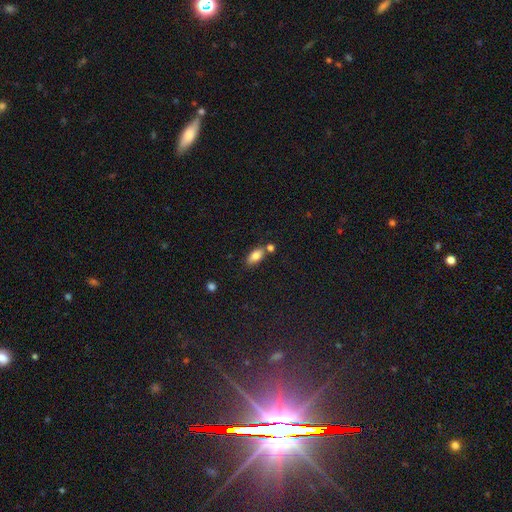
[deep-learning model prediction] Overall: smooth (81%). How rounded: in between (89%). Merging: none (67%).